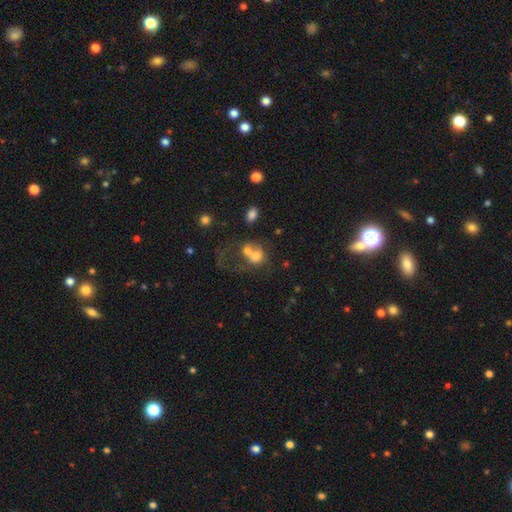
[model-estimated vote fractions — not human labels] Overall: smooth (62%; featured or disk 26%). How rounded: round (56%; in between 43%). Merging: merger (60%).